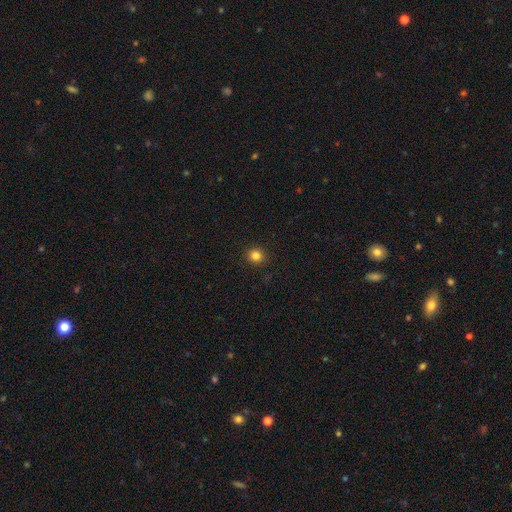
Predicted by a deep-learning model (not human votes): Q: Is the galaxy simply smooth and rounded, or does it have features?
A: smooth — 82%.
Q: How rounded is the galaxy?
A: round — 91%.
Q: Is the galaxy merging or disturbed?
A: none — 92%.